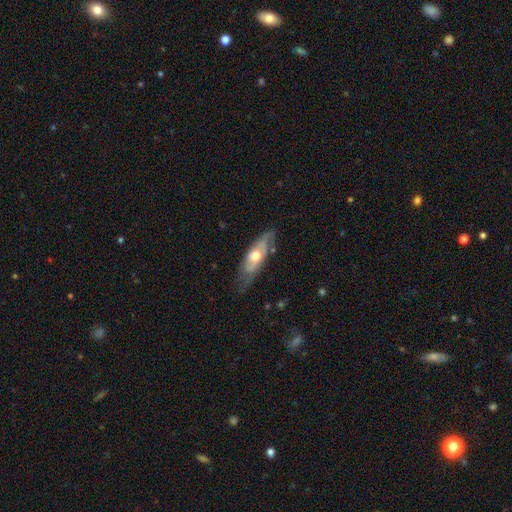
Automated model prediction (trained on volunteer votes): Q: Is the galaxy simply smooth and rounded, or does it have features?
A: featured or disk — 59%.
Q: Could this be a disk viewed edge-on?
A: no — 67%.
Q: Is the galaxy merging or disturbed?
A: none — 62%.